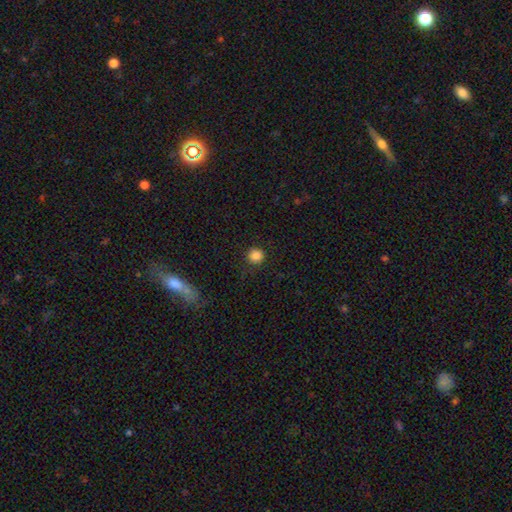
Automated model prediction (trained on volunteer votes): smooth 86%, star or artifact 11%, featured or disk 4%. Down the decision tree: how rounded — round (94%); merging — none (90%).